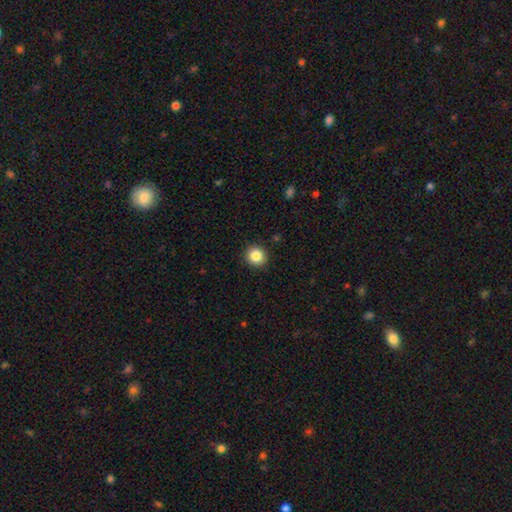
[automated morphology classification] smooth 86%, star or artifact 10%, featured or disk 5%. Down the decision tree: how rounded — round (91%); merging — none (92%).